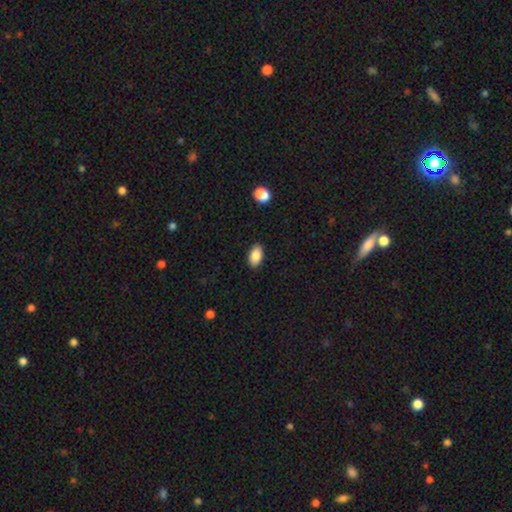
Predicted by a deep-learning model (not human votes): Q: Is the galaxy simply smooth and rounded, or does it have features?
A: smooth — 87%.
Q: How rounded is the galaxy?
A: in between — 93%.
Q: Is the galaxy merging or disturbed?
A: none — 88%.